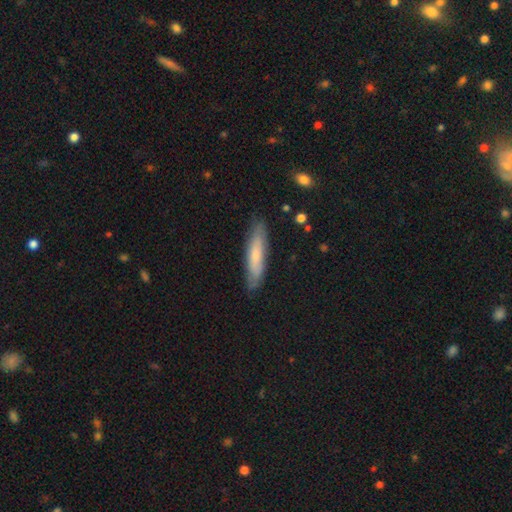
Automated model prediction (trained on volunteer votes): This is likely a smooth galaxy (64%). How rounded: likely cigar-shaped (79%). Merging: clearly none (81%).